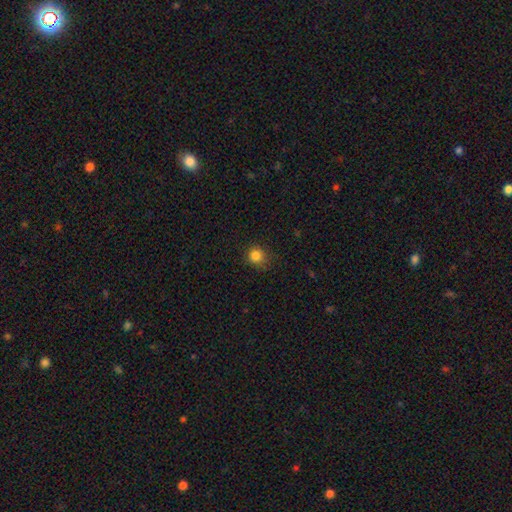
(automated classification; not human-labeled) Smooth or featured?
  - smooth: 83% *
  - star or artifact: 12%
  - featured or disk: 4%
How rounded?
  - round: 91% *
  - in between: 8%
  - cigar-shaped: 1%
Merging?
  - none: 83% *
  - minor disturbance: 13%
  - major disturbance: 3%
  - merger: 1%